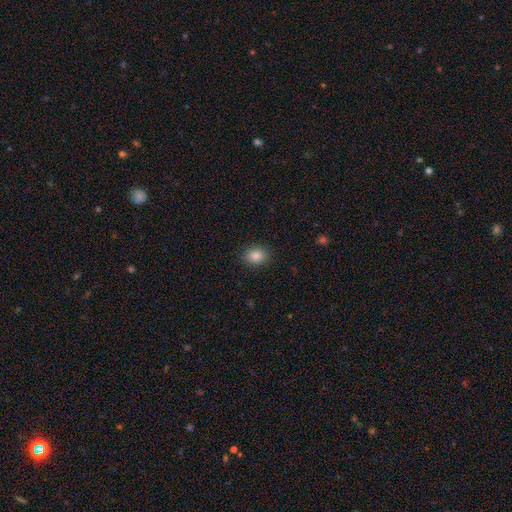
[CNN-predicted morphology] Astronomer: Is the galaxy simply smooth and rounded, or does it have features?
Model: smooth — 86%.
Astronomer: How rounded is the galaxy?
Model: in between — 56% (runner-up: round, 43%).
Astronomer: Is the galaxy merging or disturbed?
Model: none — 89%.